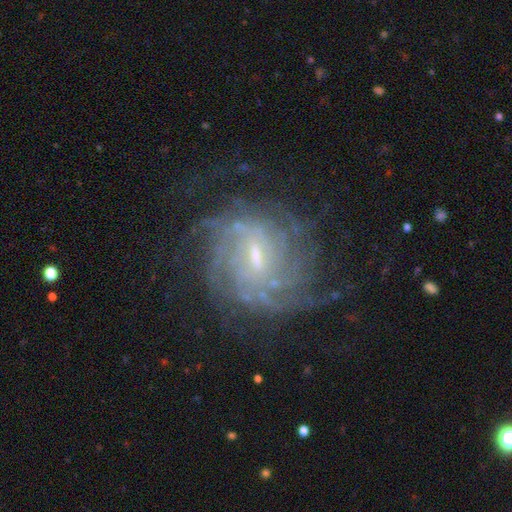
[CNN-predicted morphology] A featured or disk galaxy (86%) with a weak bar (59%), tight (64%) spiral arms (95%) and a small central bulge (58%).

Vote fractions:
- Smooth or featured? featured or disk: 86% / star or artifact: 8% / smooth: 6%
- Edge-on disk? no: 97% / yes: 3%
- Bar? weak: 59% / strong: 25% / no: 16%
- Spiral arms? yes: 95% / no: 5%
- Spiral winding? tight: 64% / medium: 28% / loose: 8%
- Spiral arm count? can't tell: 39% / 4: 18% / more than 4: 18% / 3: 9% / 2: 9% / 1: 6%
- Bulge size? small: 58% / moderate: 33% / none: 6% / large: 3% / dominant: 1%
- Merging? none: 70% / minor disturbance: 16% / major disturbance: 12% / merger: 2%